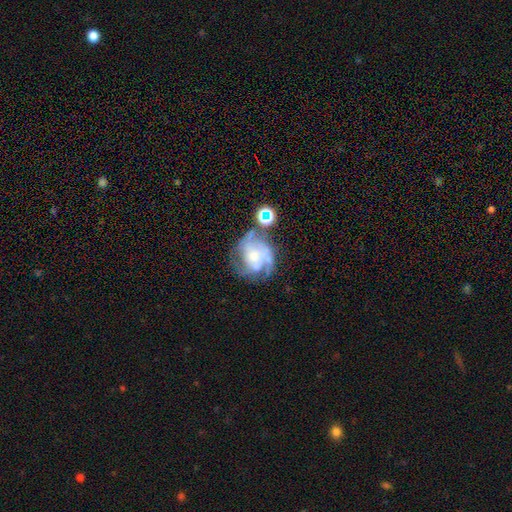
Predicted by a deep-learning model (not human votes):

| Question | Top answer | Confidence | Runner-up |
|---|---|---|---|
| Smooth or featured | featured or disk | 75% | smooth (15%) |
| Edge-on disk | no | 98% | yes (2%) |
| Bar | no | 73% | weak (23%) |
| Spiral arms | yes | 88% | no (12%) |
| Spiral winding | medium | 42% | tight (41%) |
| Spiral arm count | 3 | 31% | can't tell (28%) |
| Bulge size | small | 51% | moderate (34%) |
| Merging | none | 47% | major disturbance (21%) |